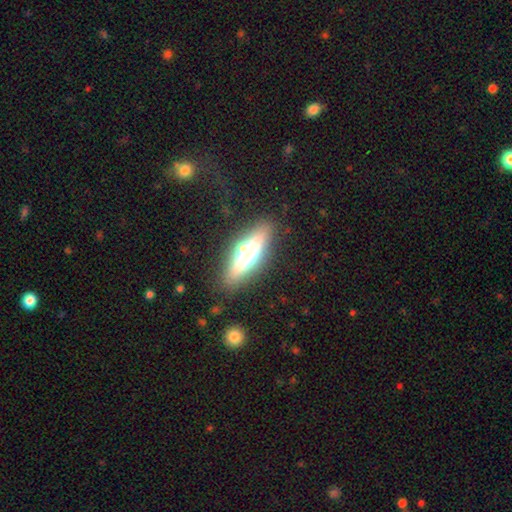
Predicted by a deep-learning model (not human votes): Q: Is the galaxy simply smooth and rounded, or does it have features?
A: smooth — 46%.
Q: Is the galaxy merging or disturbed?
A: none — 75%.